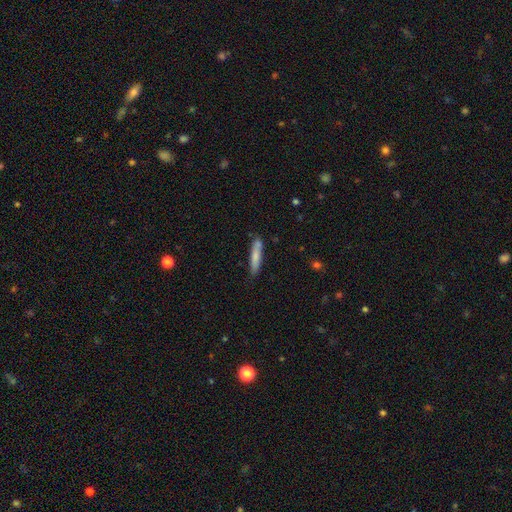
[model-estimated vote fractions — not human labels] Smooth or featured: smooth — 75% (featured or disk — 19%)
How rounded: cigar-shaped — 89% (in between — 9%)
Merging: none — 80% (minor disturbance — 14%)